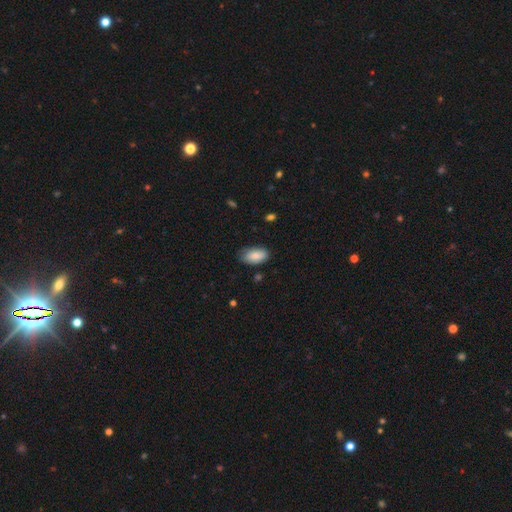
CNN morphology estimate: Smooth or featured?
  - smooth: 86% *
  - featured or disk: 7%
  - star or artifact: 6%
How rounded?
  - in between: 94% *
  - cigar-shaped: 3%
  - round: 3%
Merging?
  - none: 72% *
  - minor disturbance: 23%
  - major disturbance: 4%
  - merger: 1%